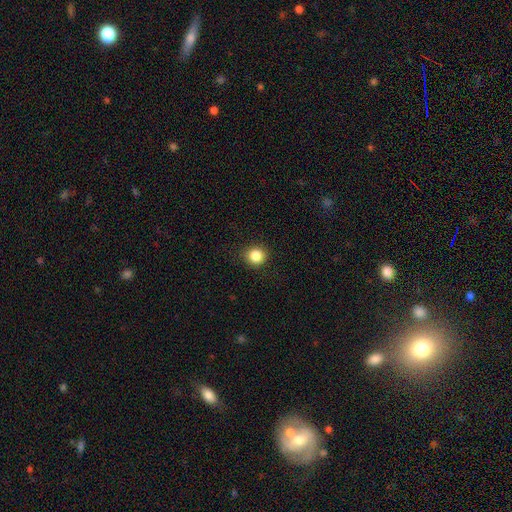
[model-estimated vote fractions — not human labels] The model was most divided on "smooth or featured": smooth: 85%, star or artifact: 11%, featured or disk: 4%. More confident: merging — none (90%); how rounded — round (87%).